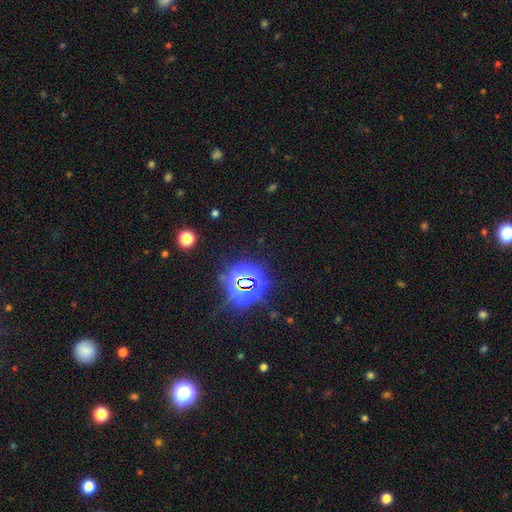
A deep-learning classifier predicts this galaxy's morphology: star or artifact 83%, smooth 11%, featured or disk 6%.